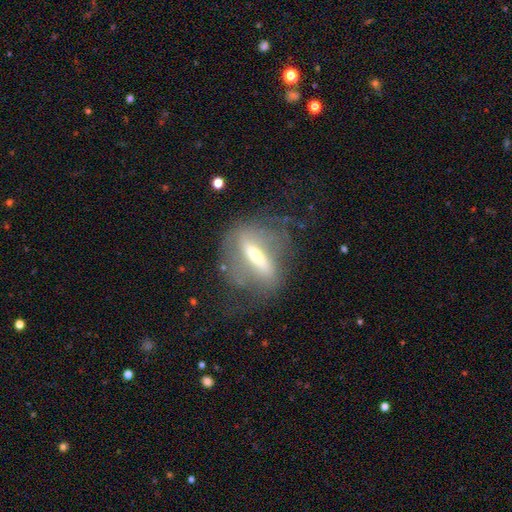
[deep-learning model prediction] smooth_or_featured: featured or disk (p=0.68) [alt: smooth p=0.23]
disk_edge_on: no (p=0.64) [alt: yes p=0.36]
merging: none (p=0.50) [alt: major disturbance p=0.26]